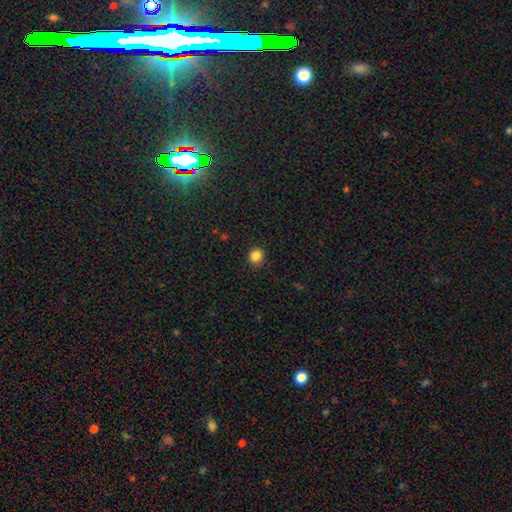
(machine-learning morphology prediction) A smooth galaxy with no disk features (85%) that is round (78%). Merging: none (89%).